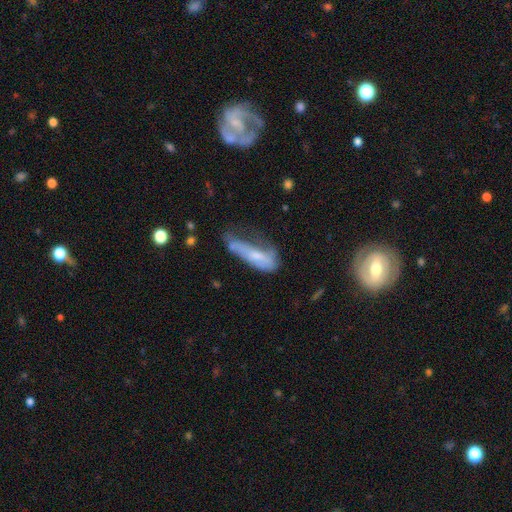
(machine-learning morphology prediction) smooth-or-featured: smooth: 54% | featured or disk: 37% | star or artifact: 9%
  how-rounded: cigar-shaped: 53% | in between: 45% | round: 2%
  merging: major disturbance: 38% | minor disturbance: 31% | none: 23% | merger: 7%